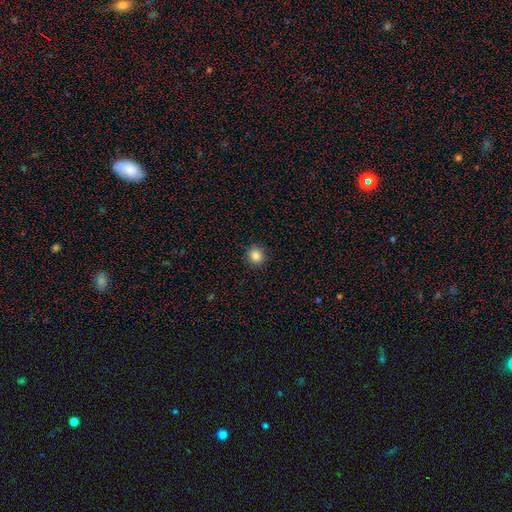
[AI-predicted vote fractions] smooth-or-featured: smooth: 85% | star or artifact: 11% | featured or disk: 5%
  how-rounded: round: 92% | in between: 7% | cigar-shaped: 1%
  merging: none: 91% | minor disturbance: 6% | major disturbance: 2% | merger: 1%